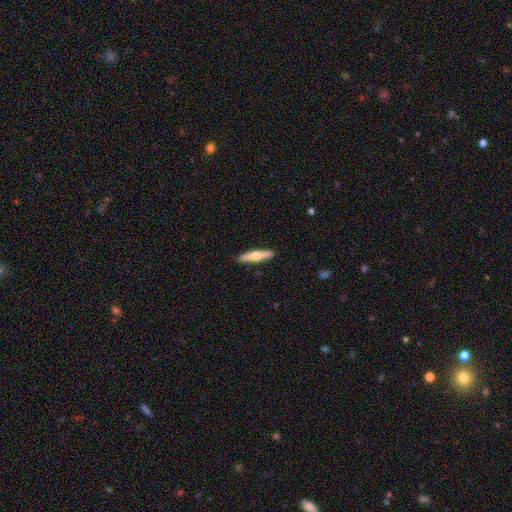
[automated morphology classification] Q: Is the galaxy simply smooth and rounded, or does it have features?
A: featured or disk — 49%.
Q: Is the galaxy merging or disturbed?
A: none — 90%.